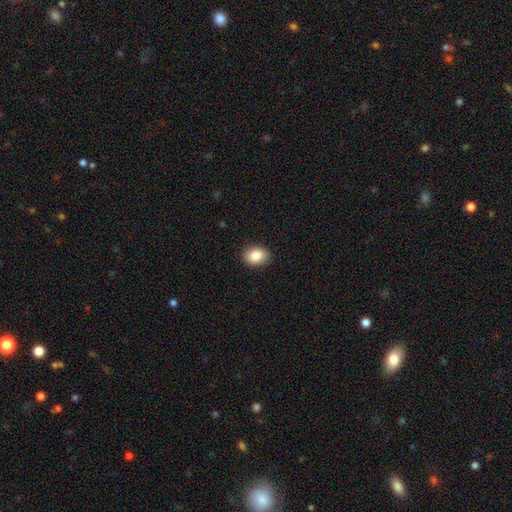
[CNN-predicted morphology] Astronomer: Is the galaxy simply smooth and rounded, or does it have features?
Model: smooth — 86%.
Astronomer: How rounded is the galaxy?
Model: in between — 68%.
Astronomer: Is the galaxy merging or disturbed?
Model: none — 90%.